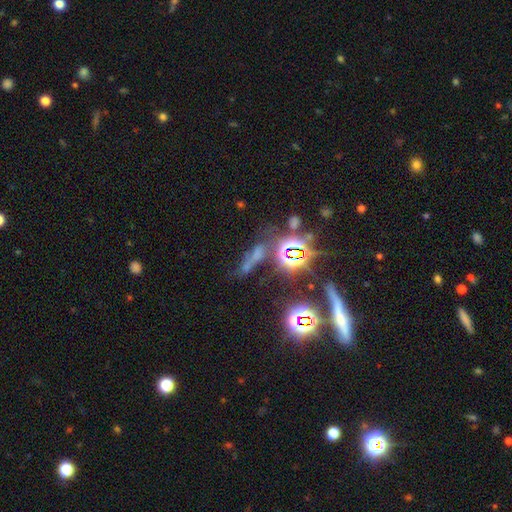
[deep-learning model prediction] smooth_or_featured: star or artifact (p=0.53) [alt: smooth p=0.27]